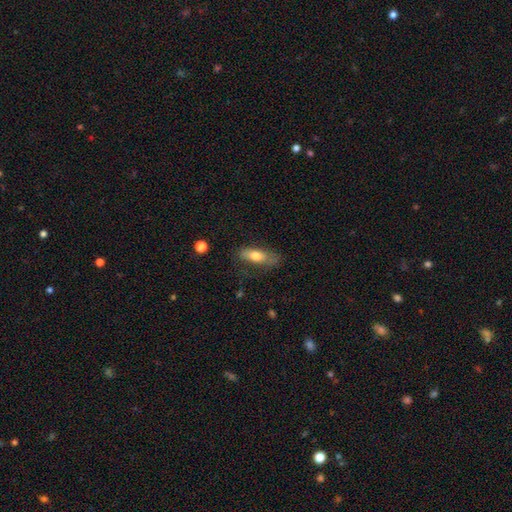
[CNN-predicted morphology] smooth-or-featured: smooth: 71% | featured or disk: 22% | star or artifact: 7%
  how-rounded: in between: 64% | cigar-shaped: 33% | round: 3%
  merging: none: 64% | minor disturbance: 24% | major disturbance: 10% | merger: 2%